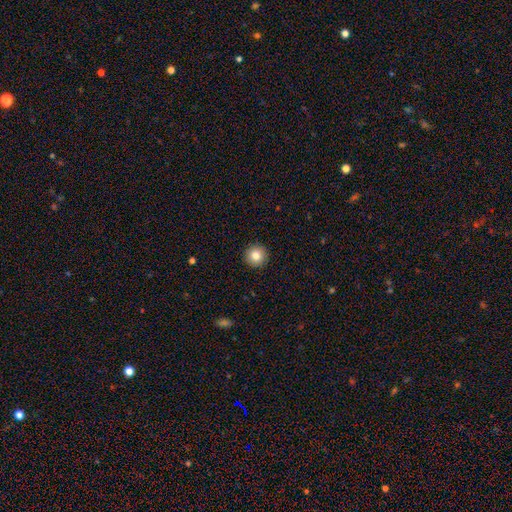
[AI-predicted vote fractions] Smooth or featured? smooth (83%)
How rounded? round (96%)
Merging? none (93%)